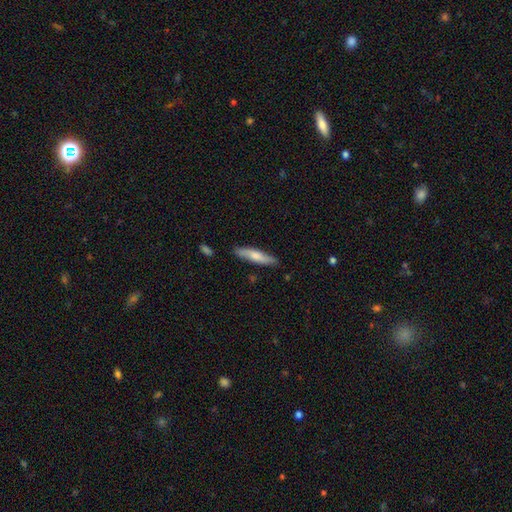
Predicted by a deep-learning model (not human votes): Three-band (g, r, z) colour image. It shows a smooth galaxy with no disk features (67%) that is cigar-shaped (83%). Merging: none (84%).